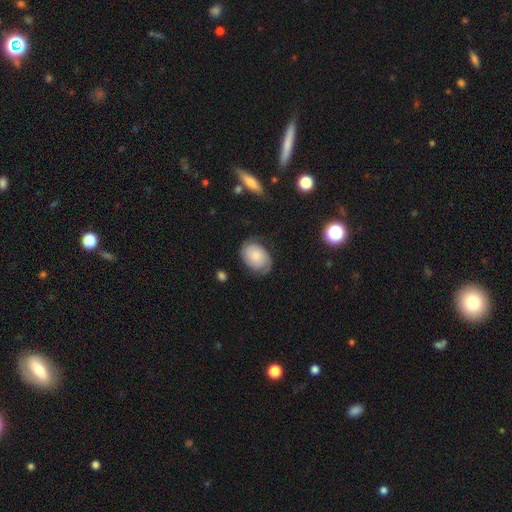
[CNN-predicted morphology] This is possibly a featured or disk galaxy (50%). It is clearly not viewed edge-on (96%). Merging: likely none (69%).